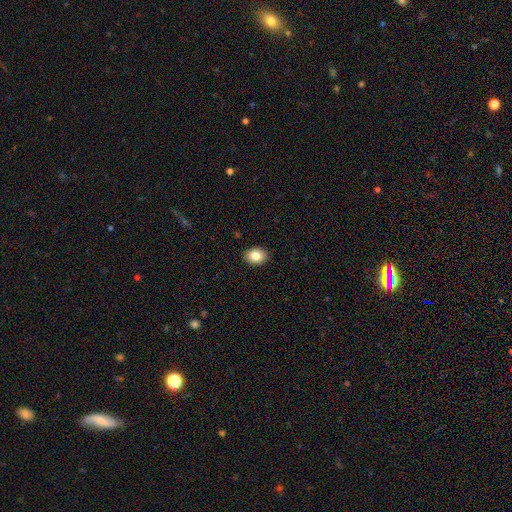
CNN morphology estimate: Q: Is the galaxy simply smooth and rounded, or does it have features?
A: smooth — 84%.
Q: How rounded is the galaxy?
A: in between — 64%.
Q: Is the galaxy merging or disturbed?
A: none — 91%.